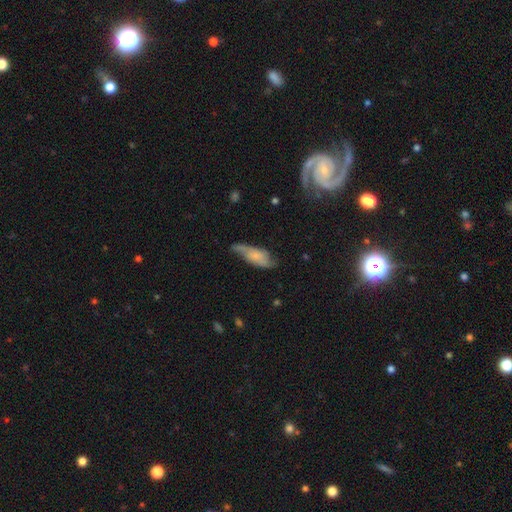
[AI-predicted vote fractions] This is possibly a featured or disk galaxy (56%). It is clearly not viewed edge-on (85%). Merging: possibly none (57%).